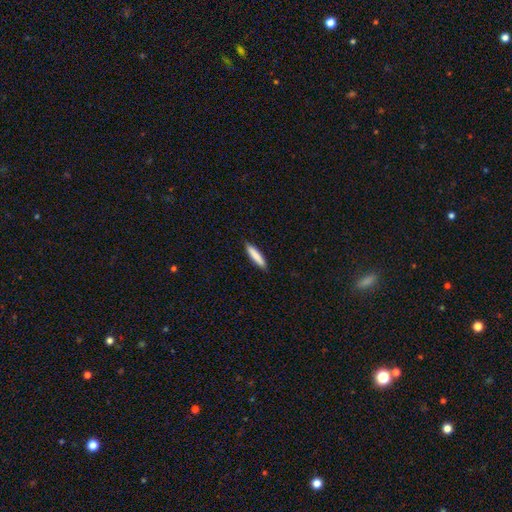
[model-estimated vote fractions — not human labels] smooth-or-featured: smooth: 85% | featured or disk: 10% | star or artifact: 6%
  how-rounded: cigar-shaped: 87% | in between: 12% | round: 1%
  merging: none: 90% | minor disturbance: 7% | major disturbance: 2% | merger: 1%